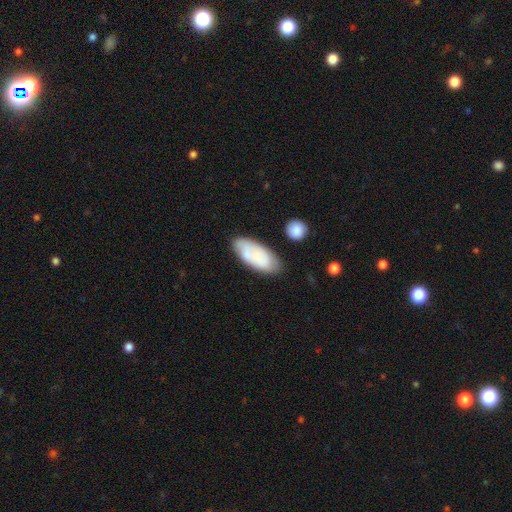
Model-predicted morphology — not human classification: Overall: smooth (69%). How rounded: in between (87%). Merging: none (67%).